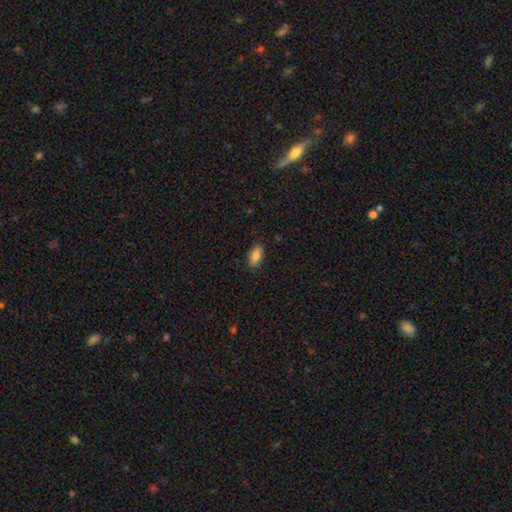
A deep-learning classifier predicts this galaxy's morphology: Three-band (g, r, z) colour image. It shows a smooth galaxy with no disk features (84%) that is in between round and cigar-shaped (90%). Merging: none (87%).